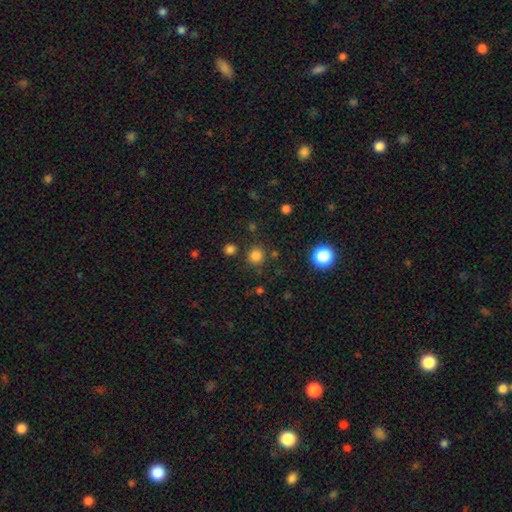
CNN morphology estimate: smooth 81%, star or artifact 15%, featured or disk 4%. Down the decision tree: how rounded — round (93%); merging — none (85%).